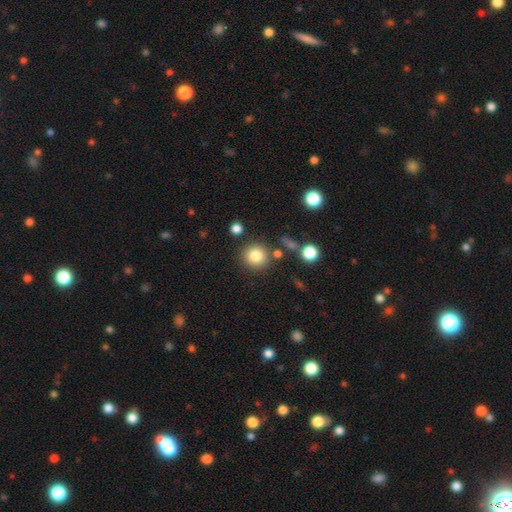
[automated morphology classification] smooth-or-featured: smooth: 82% | star or artifact: 11% | featured or disk: 7%
  how-rounded: round: 91% | in between: 8% | cigar-shaped: 1%
  merging: none: 82% | minor disturbance: 9% | merger: 6% | major disturbance: 3%